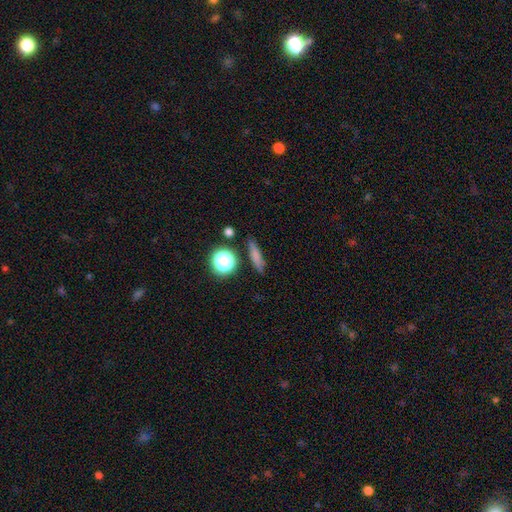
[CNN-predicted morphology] Overall: smooth (70%). How rounded: cigar-shaped (64%). Merging: none (78%).